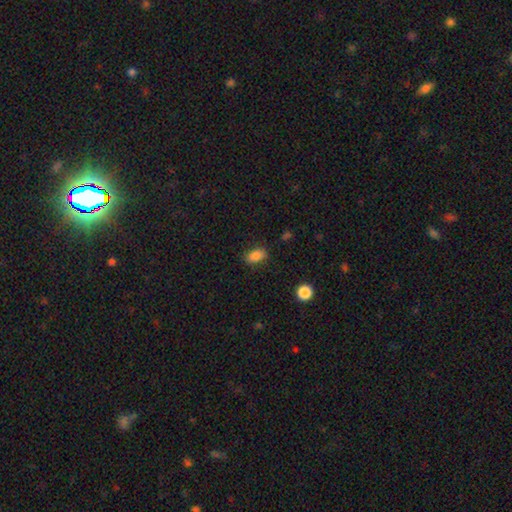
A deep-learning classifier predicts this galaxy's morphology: A smooth galaxy with no disk features (85%) that is in between round and cigar-shaped (88%). Merging: none (83%).